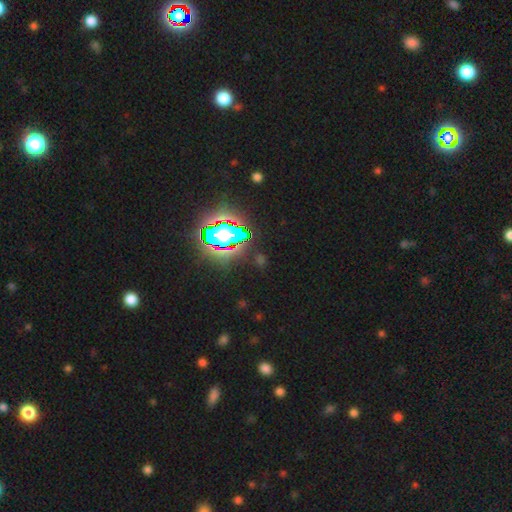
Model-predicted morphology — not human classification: Smooth or featured?
  - star or artifact: 81% *
  - smooth: 11%
  - featured or disk: 8%